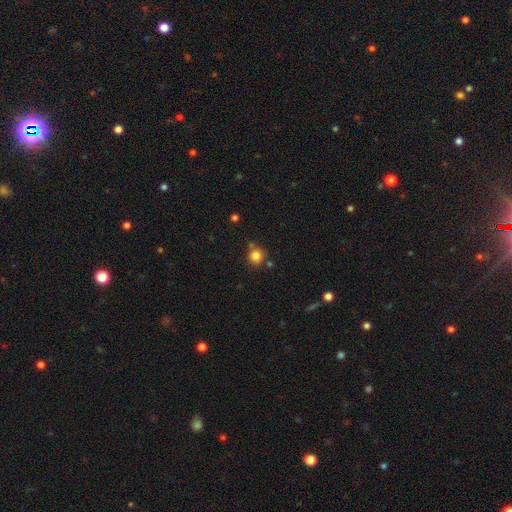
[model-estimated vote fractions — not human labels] Morphology: type=smooth (83%); roundness=round (90%); merging=none (73%).